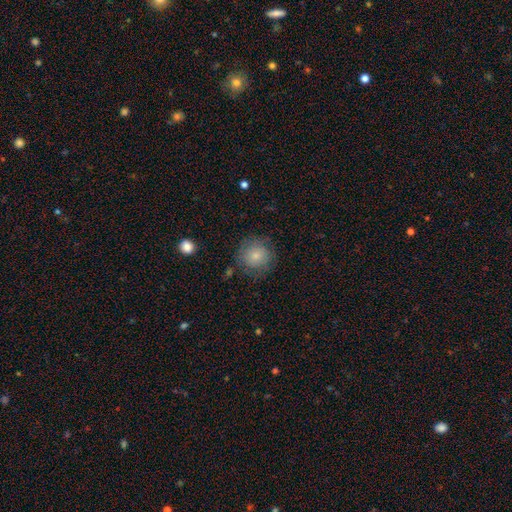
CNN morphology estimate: Overall: smooth (79%). How rounded: round (92%). Merging: none (77%).